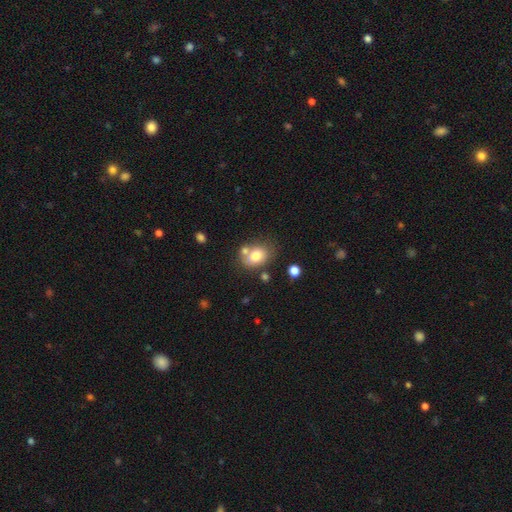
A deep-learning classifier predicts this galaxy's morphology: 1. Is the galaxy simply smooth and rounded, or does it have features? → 76% smooth, 15% featured or disk, 10% star or artifact.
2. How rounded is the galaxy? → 62% in between, 37% round, 1% cigar-shaped.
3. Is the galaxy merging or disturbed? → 57% none, 21% merger, 16% minor disturbance, 6% major disturbance.